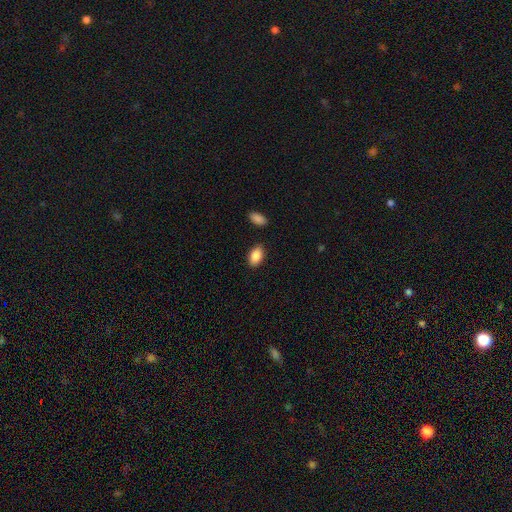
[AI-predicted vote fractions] This appears to be a smooth galaxy with no disk features (88%) that is in between round and cigar-shaped (92%). Merging: none (86%).